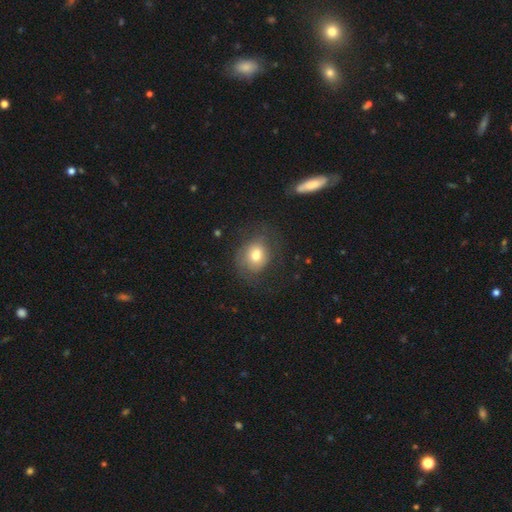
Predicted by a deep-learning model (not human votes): Q: Smooth or featured?
A: smooth (68%); runner-up: featured or disk (22%)
Q: How rounded?
A: round (57%); runner-up: in between (42%)
Q: Merging?
A: none (59%); runner-up: minor disturbance (22%)